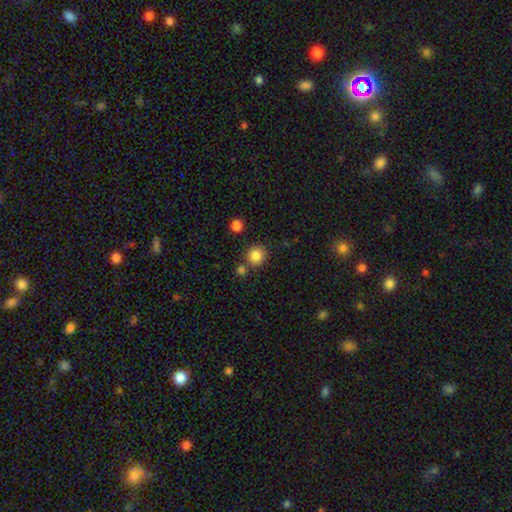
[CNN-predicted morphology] smooth_or_featured: smooth (p=0.85) [alt: star or artifact p=0.10]
how_rounded: round (p=0.86) [alt: in between p=0.13]
merging: none (p=0.76) [alt: merger p=0.11]